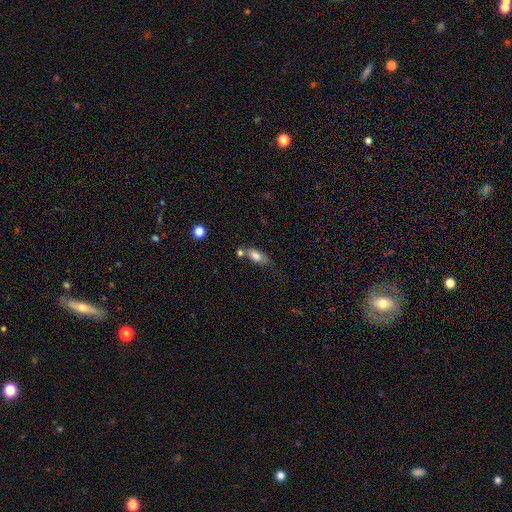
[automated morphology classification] smooth_or_featured: smooth (p=0.77) [alt: featured or disk p=0.15]
how_rounded: in between (p=0.82) [alt: cigar-shaped p=0.10]
merging: none (p=0.41) [alt: merger p=0.25]